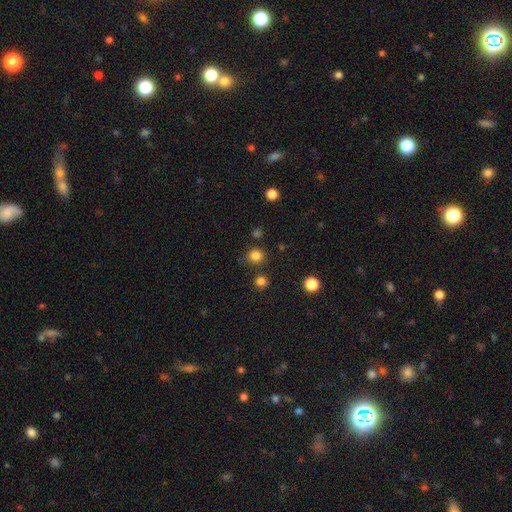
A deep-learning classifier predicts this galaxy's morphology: Smooth or featured?
  - smooth: 81% *
  - star or artifact: 15%
  - featured or disk: 4%
How rounded?
  - round: 91% *
  - in between: 8%
  - cigar-shaped: 1%
Merging?
  - none: 83% *
  - minor disturbance: 8%
  - merger: 5%
  - major disturbance: 3%